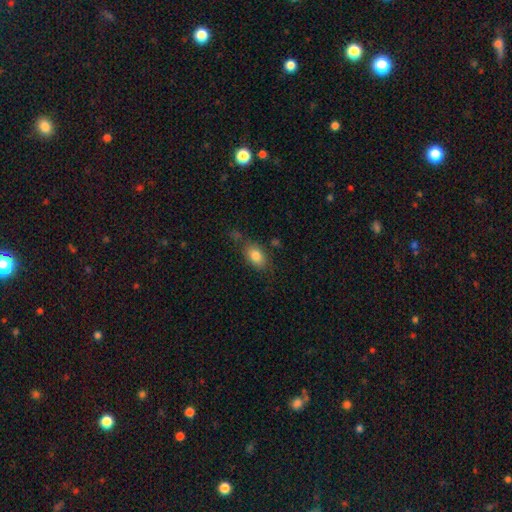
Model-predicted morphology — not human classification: This is clearly a smooth galaxy (81%). How rounded: clearly in between (85%). Merging: likely none (63%).